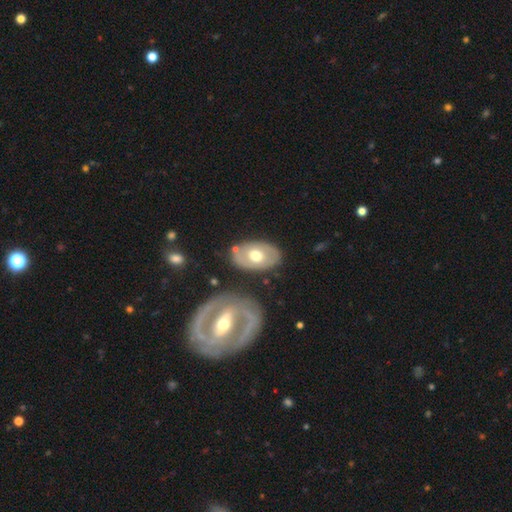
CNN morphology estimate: type=featured or disk (49%); merging=none (74%).